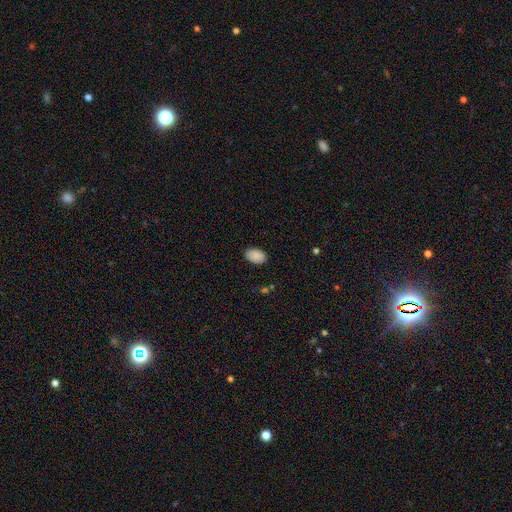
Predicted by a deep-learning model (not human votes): Morphology: type=smooth (89%); roundness=in between (91%); merging=none (87%).